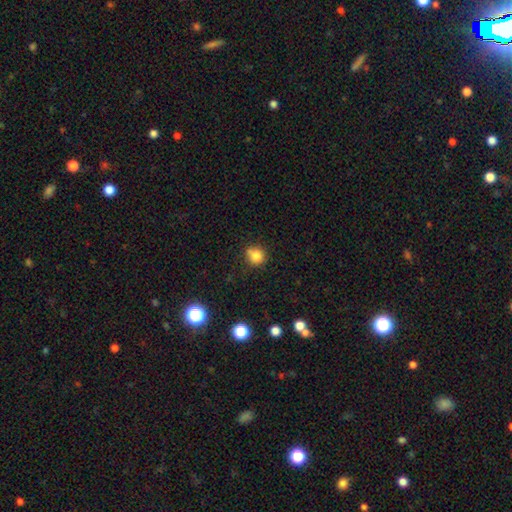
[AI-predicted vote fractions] Overall: smooth (81%). How rounded: round (85%). Merging: none (71%).